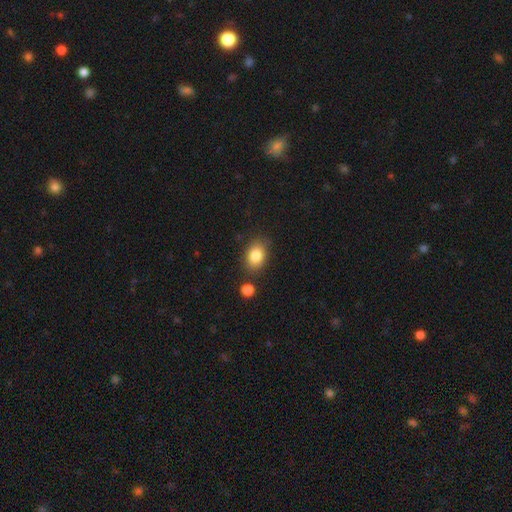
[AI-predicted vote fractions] This appears to be a smooth galaxy with no disk features (84%) that is in between round and cigar-shaped (77%). Merging: none (77%).